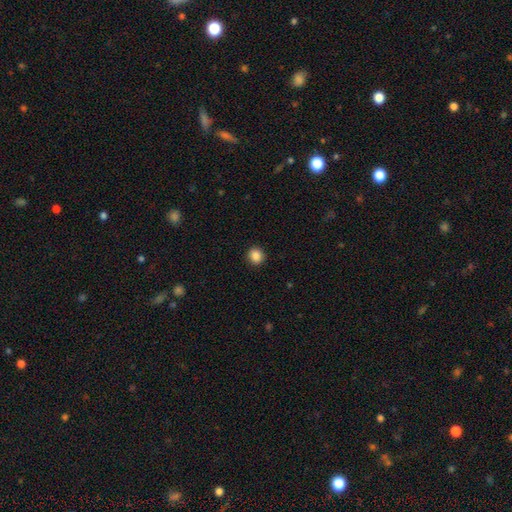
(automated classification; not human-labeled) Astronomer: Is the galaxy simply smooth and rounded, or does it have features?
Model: smooth — 86%.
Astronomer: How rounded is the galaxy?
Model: round — 90%.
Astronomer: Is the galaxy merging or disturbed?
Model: none — 92%.